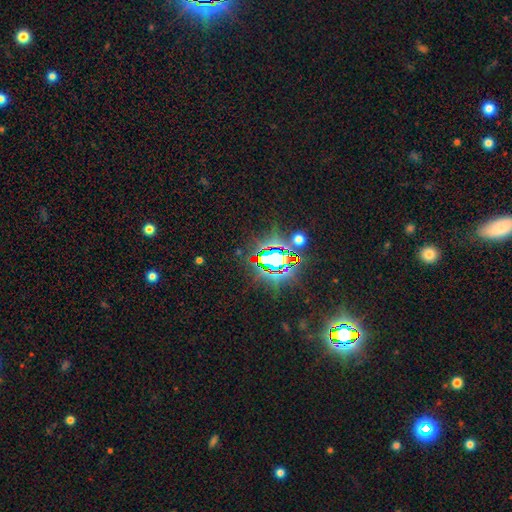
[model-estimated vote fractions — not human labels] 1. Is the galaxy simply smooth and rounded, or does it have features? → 83% star or artifact, 9% smooth, 7% featured or disk.